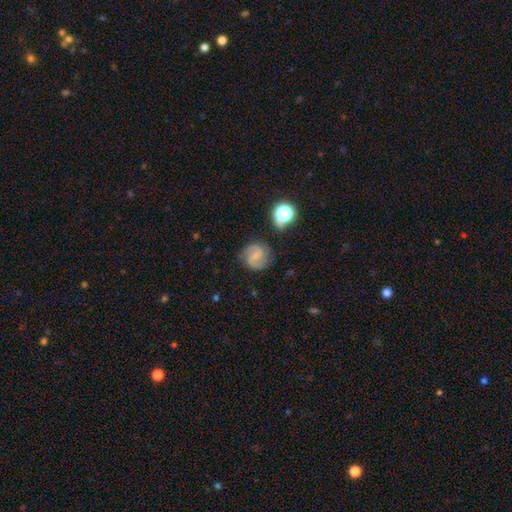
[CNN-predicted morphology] smooth-or-featured: featured or disk: 72% | smooth: 19% | star or artifact: 9%
  disk-edge-on: no: 98% | yes: 2%
    bar: weak: 50% | no: 37% | strong: 13%
    has-spiral-arms: yes: 95% | no: 5%
      spiral-winding: medium: 53% | tight: 29% | loose: 18%
      spiral-arm-count: 2: 89% | can't tell: 5% | 3: 2% | 1: 2% | 4: 1% | more than 4: 1%
    bulge-size: small: 56% | moderate: 24% | none: 17% | large: 2% | dominant: 1%
  merging: none: 79% | minor disturbance: 14% | major disturbance: 5% | merger: 2%